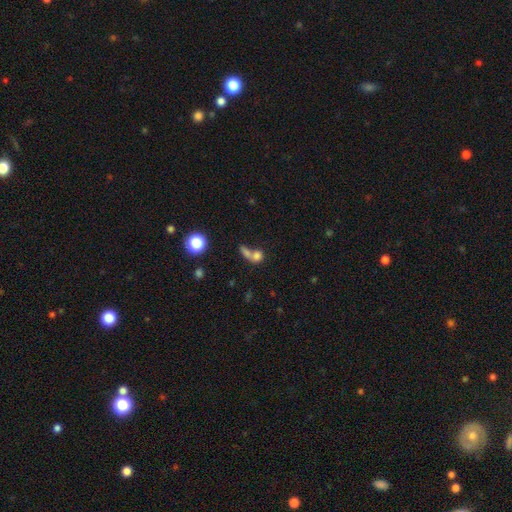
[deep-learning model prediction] Smooth or featured?
  - smooth: 73% *
  - star or artifact: 14%
  - featured or disk: 13%
How rounded?
  - round: 62% *
  - in between: 33%
  - cigar-shaped: 5%
Merging?
  - merger: 56% *
  - none: 28%
  - major disturbance: 8%
  - minor disturbance: 8%